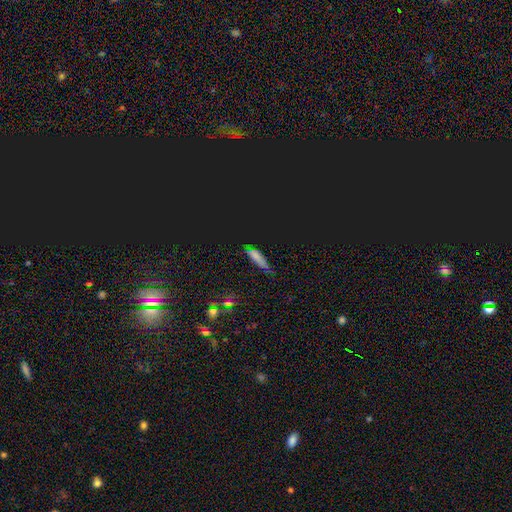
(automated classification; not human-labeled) Overall: star or artifact (49%; smooth 40%).